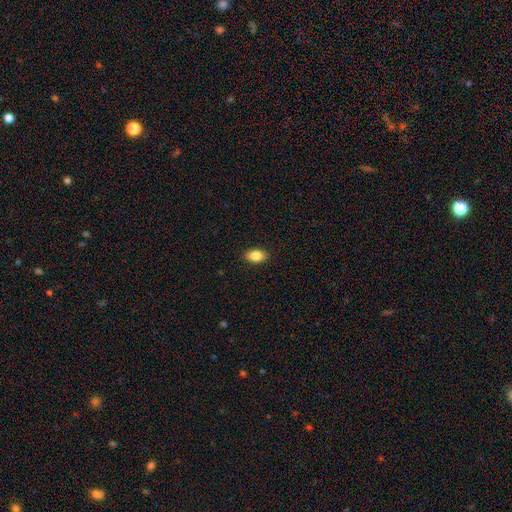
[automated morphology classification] smooth_or_featured: smooth (p=0.85) [alt: star or artifact p=0.08]
how_rounded: in between (p=0.87) [alt: round p=0.11]
merging: none (p=0.90) [alt: minor disturbance p=0.07]